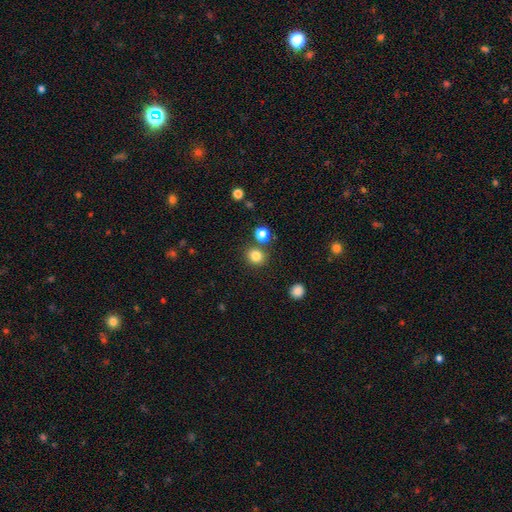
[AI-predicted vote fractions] Morphology: type=smooth (83%); roundness=round (82%); merging=none (81%).